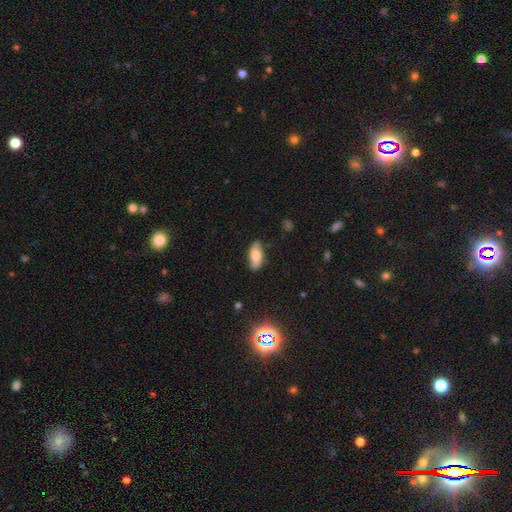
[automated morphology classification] The model was most divided on "smooth or featured": smooth: 59%, featured or disk: 32%, star or artifact: 9%. More confident: how rounded — in between (85%); merging — none (79%).